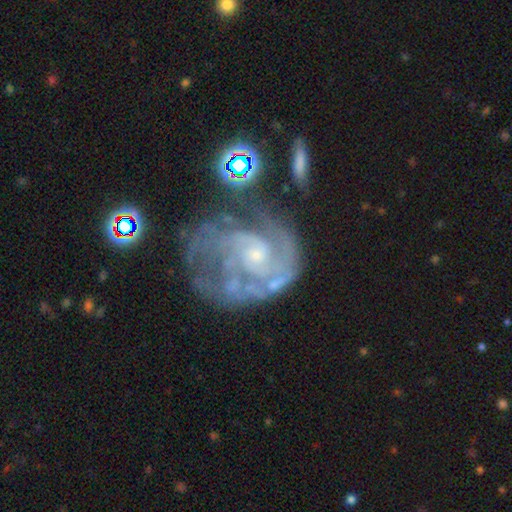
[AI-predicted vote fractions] Smooth or featured? Predicted: featured or disk (p=0.84). Edge-on disk? Predicted: no (p=0.98). Bar? Predicted: no (p=0.71). Spiral arms? Predicted: yes (p=0.90). Spiral winding? Predicted: tight (p=0.54). Spiral arm count? Predicted: 2 (p=0.32, tied with can't tell). Bulge size? Predicted: small (p=0.64). Merging? Predicted: none (p=0.42).